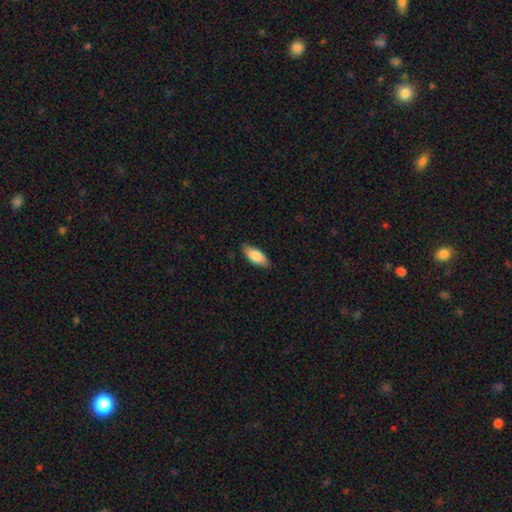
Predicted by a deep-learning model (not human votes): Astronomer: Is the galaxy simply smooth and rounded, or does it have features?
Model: smooth — 86%.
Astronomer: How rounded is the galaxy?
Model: in between — 84%.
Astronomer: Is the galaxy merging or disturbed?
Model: none — 86%.